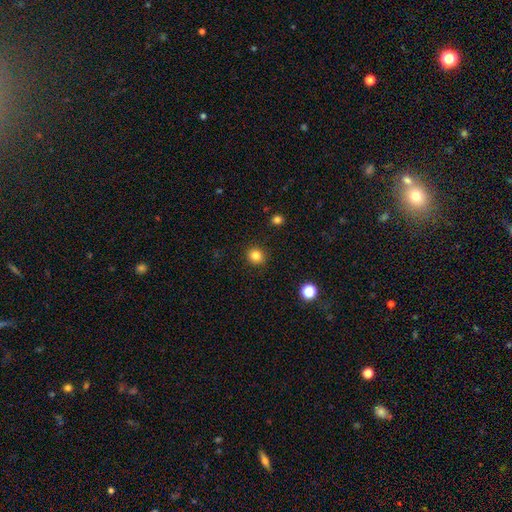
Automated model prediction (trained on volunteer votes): Overall: smooth (84%). How rounded: round (85%). Merging: none (91%).